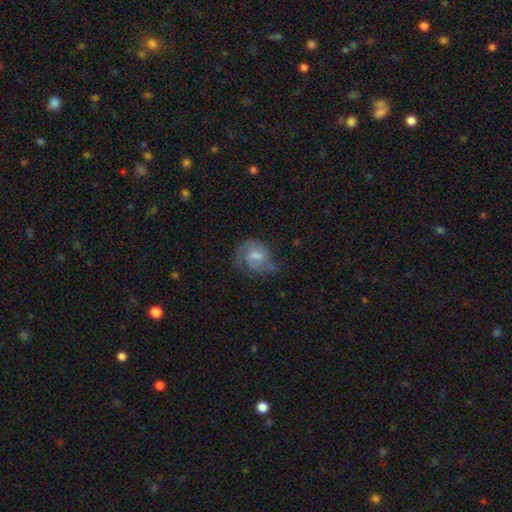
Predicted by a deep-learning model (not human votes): Smooth or featured? featured or disk (69%)
Edge-on disk? no (97%)
Bar? weak (46%)
Spiral arms? yes (91%)
Spiral winding? medium (46%)
Spiral arm count? 2 (64%)
Bulge size? moderate (48%)
Merging? none (58%)